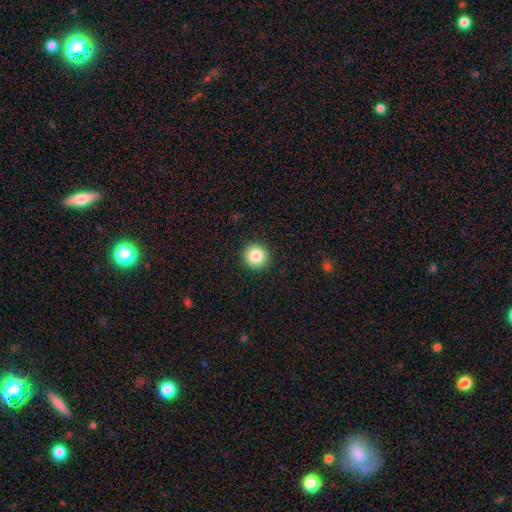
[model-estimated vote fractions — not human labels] Morphology: type=smooth (85%); roundness=round (95%); merging=none (93%).